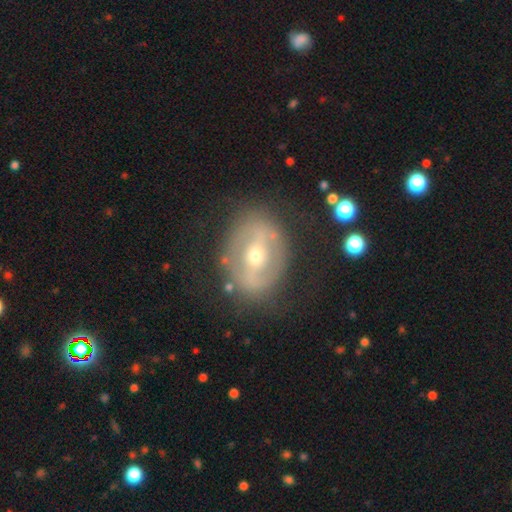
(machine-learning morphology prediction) type=featured or disk (72%); edge-on=no (94%); bar=strong (45%); spiral arms=no (58%); bulge=moderate (49%); merging=none (76%).